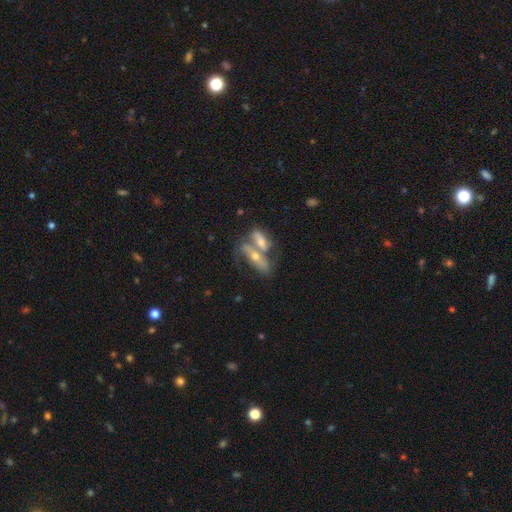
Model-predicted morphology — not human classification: smooth-or-featured: featured or disk: 53% | smooth: 37% | star or artifact: 10%
  disk-edge-on: no: 60% | yes: 40%
  merging: merger: 57% | none: 28% | minor disturbance: 9% | major disturbance: 6%